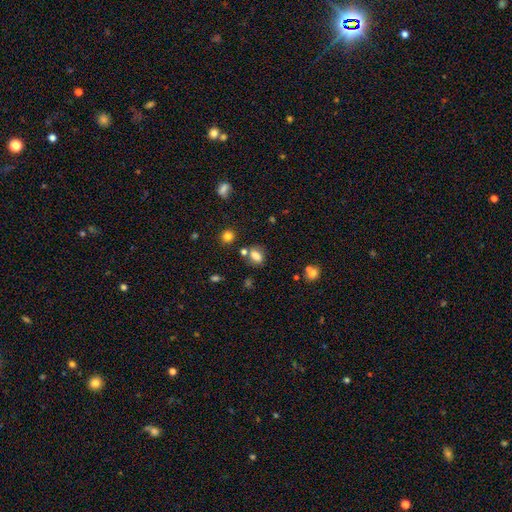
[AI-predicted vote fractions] This appears to be a smooth galaxy with no disk features (77%) that is in between round and cigar-shaped (73%). Merging: none (64%).